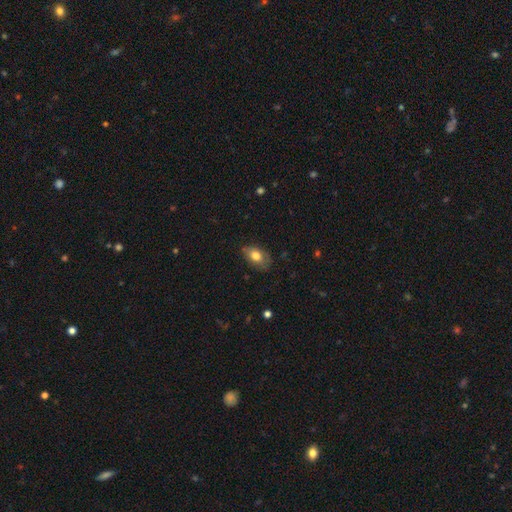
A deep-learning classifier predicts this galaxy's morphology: The model was most divided on "merging": none: 72%, minor disturbance: 22%, major disturbance: 5%, merger: 1%. More confident: how rounded — in between (88%); smooth or featured — smooth (72%).